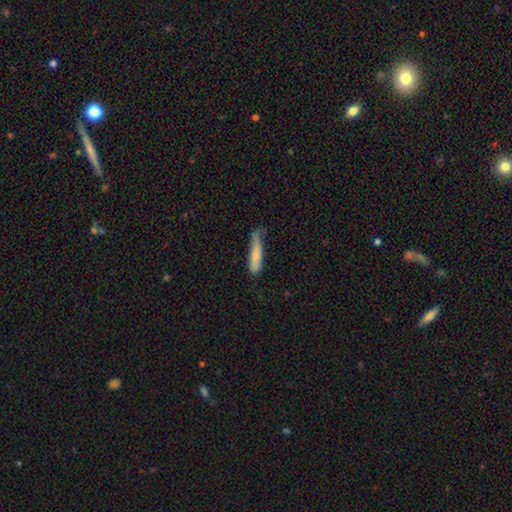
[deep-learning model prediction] Smooth or featured?
  - smooth: 76% *
  - featured or disk: 18%
  - star or artifact: 6%
How rounded?
  - cigar-shaped: 81% *
  - in between: 18%
  - round: 1%
Merging?
  - none: 46% *
  - minor disturbance: 37%
  - major disturbance: 13%
  - merger: 3%